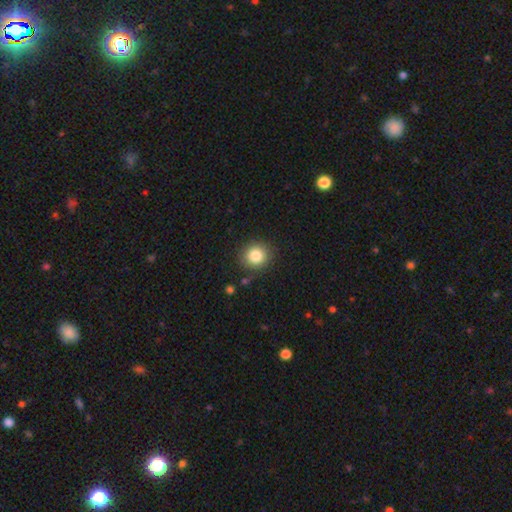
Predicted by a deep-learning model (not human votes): Morphology: type=smooth (83%); roundness=round (88%); merging=none (85%).